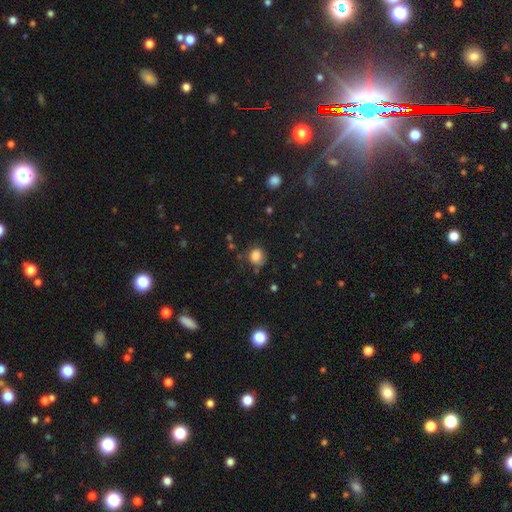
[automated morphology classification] Smooth or featured?
  - smooth: 81% *
  - star or artifact: 12%
  - featured or disk: 7%
How rounded?
  - round: 75% *
  - in between: 24%
  - cigar-shaped: 1%
Merging?
  - none: 67% *
  - minor disturbance: 22%
  - major disturbance: 7%
  - merger: 4%